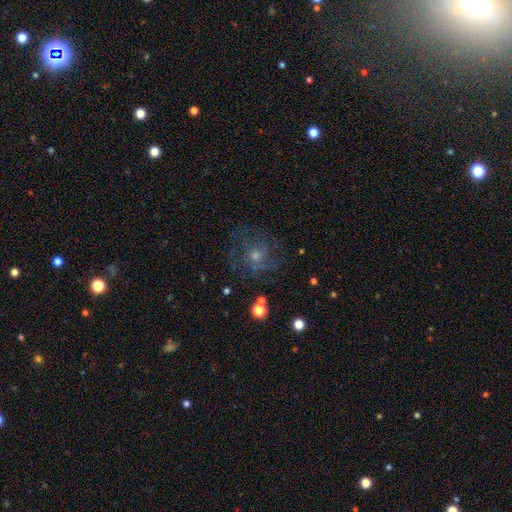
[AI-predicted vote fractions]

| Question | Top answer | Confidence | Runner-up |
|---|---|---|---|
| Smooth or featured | featured or disk | 65% | star or artifact (18%) |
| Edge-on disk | no | 97% | yes (3%) |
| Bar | no | 76% | weak (21%) |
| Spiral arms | yes | 87% | no (13%) |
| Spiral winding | medium | 43% | tied: tight (43%) |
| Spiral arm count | can't tell | 38% | 3 (21%) |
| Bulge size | moderate | 48% | small (43%) |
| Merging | none | 73% | minor disturbance (14%) |